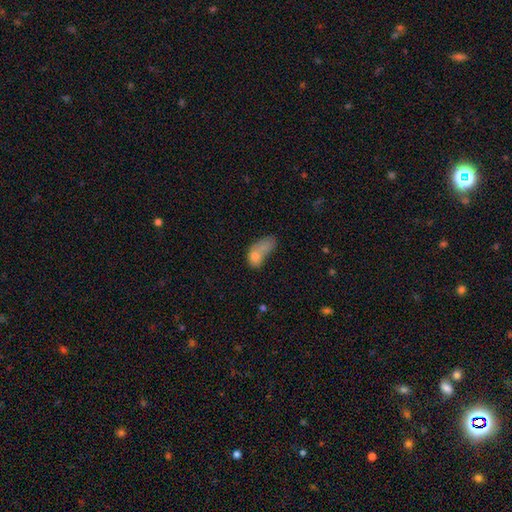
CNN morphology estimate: Overall: smooth (68%). How rounded: in between (78%). Merging: major disturbance (33%; merger 32%).